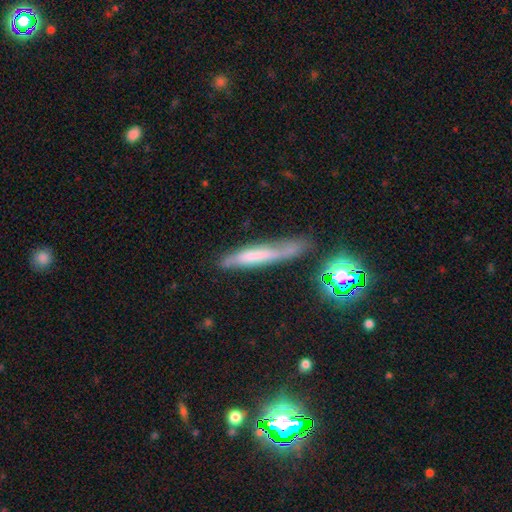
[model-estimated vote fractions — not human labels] Smooth or featured?
  - smooth: 49% *
  - featured or disk: 39%
  - star or artifact: 12%
Merging?
  - none: 54% *
  - minor disturbance: 28%
  - major disturbance: 12%
  - merger: 7%